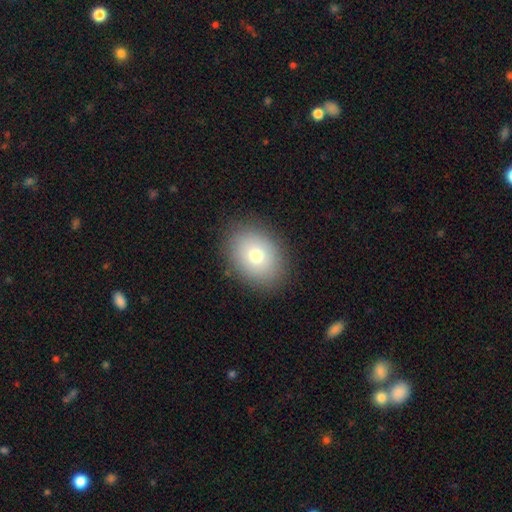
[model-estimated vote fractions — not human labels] Smooth or featured: smooth — 74% (featured or disk — 15%)
How rounded: in between — 66% (round — 33%)
Merging: none — 87% (minor disturbance — 9%)